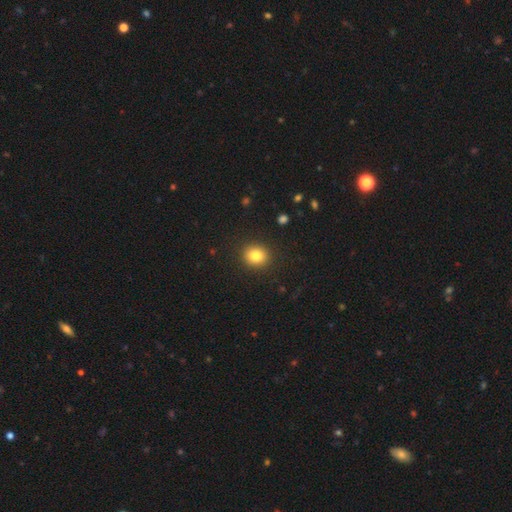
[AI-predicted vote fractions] smooth 83%, star or artifact 10%, featured or disk 6%. Down the decision tree: how rounded — round (77%); merging — none (90%).